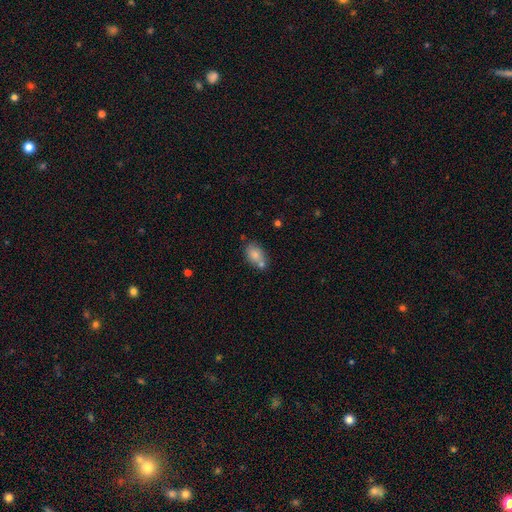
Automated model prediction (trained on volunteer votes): A smooth galaxy with no disk features (79%) that is in between round and cigar-shaped (84%). Merging: none (56%).